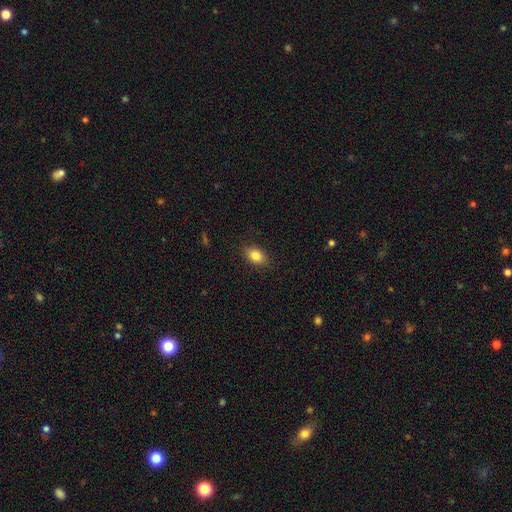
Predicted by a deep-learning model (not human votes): Smooth or featured? smooth (83%)
How rounded? in between (78%)
Merging? none (86%)